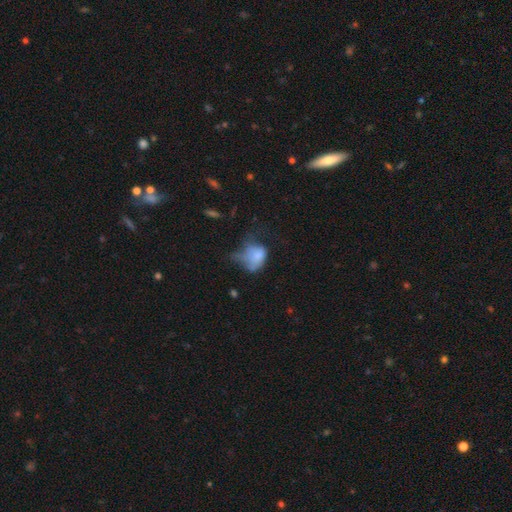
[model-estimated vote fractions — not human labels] smooth 67%, featured or disk 22%, star or artifact 11%. Down the decision tree: how rounded — in between (63%); merging — major disturbance (48%).